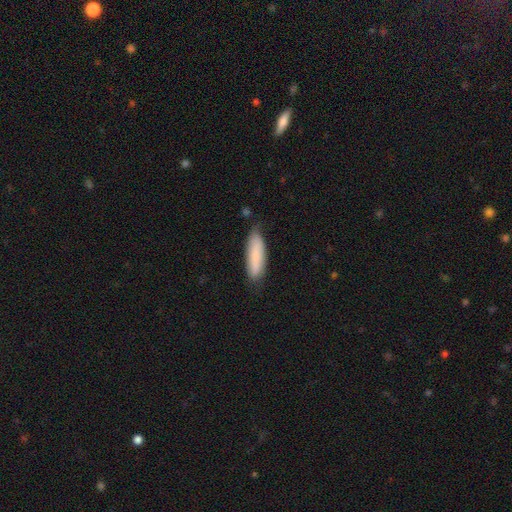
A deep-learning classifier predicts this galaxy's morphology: The model was most divided on "how rounded": cigar-shaped: 52%, in between: 47%, round: 2%. More confident: smooth or featured — smooth (83%); merging — none (73%).